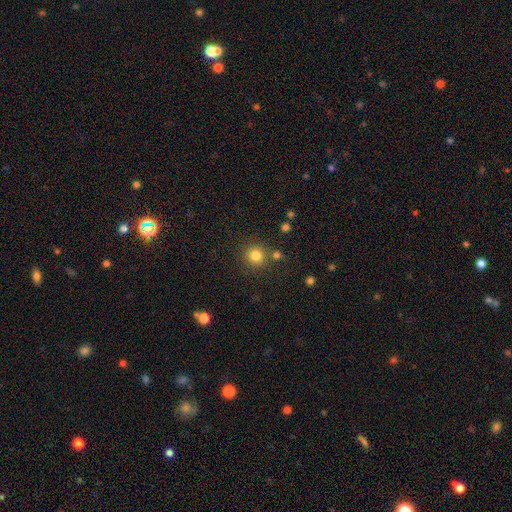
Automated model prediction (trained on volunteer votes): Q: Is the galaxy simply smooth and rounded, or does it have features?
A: smooth — 82%.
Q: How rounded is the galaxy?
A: round — 93%.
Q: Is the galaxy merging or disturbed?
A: none — 82%.